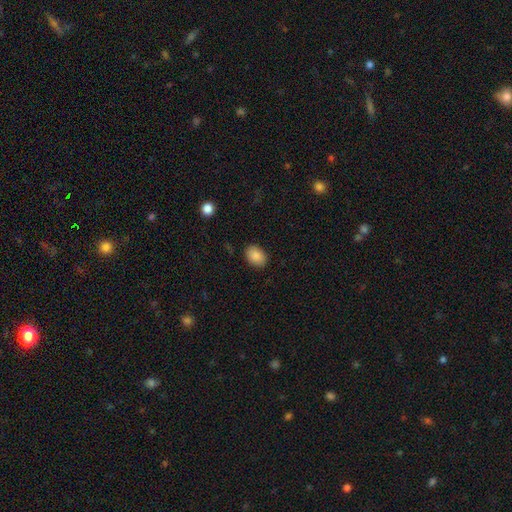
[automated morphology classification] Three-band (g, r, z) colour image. It shows a smooth galaxy with no disk features (88%) that is in between round and cigar-shaped (81%). Merging: none (88%).